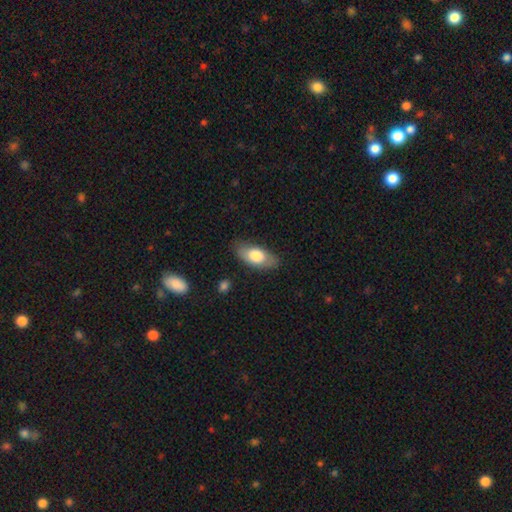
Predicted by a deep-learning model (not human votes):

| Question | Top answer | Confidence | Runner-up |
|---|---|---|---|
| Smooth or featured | smooth | 73% | featured or disk (21%) |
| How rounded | in between | 87% | cigar-shaped (10%) |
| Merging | none | 80% | minor disturbance (15%) |